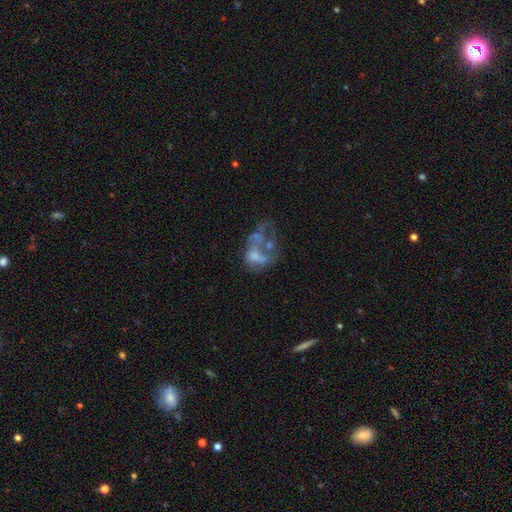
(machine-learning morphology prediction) Smooth or featured? Predicted: featured or disk (p=0.56). Edge-on disk? Predicted: no (p=0.98). Bar? Predicted: no (p=0.87). Spiral arms? Predicted: no (p=0.88). Bulge size? Predicted: none (p=0.56). Merging? Predicted: major disturbance (p=0.36).